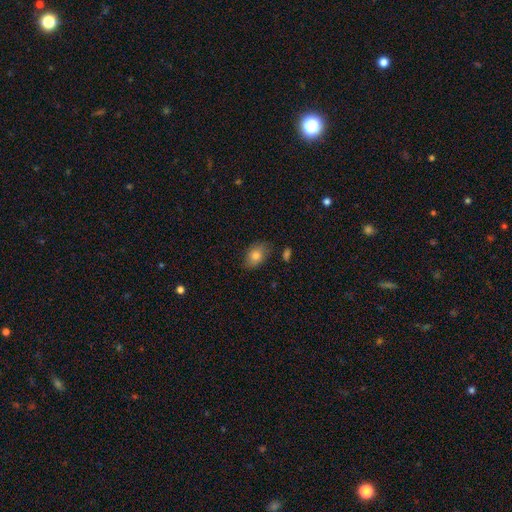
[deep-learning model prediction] smooth 79%, featured or disk 12%, star or artifact 9%. Down the decision tree: how rounded — in between (83%); merging — none (79%).